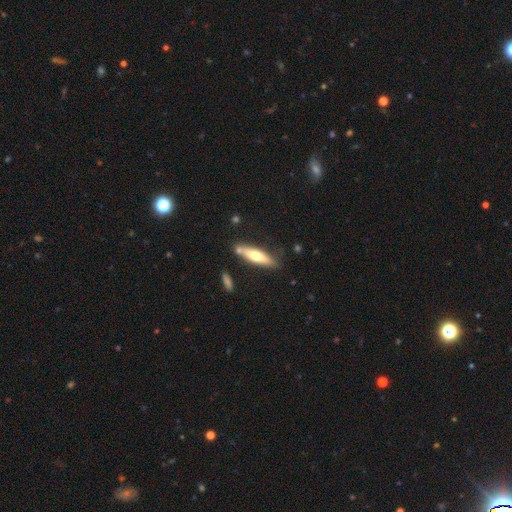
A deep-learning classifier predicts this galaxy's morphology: Smooth or featured? smooth (58%)
How rounded? cigar-shaped (68%)
Merging? none (74%)